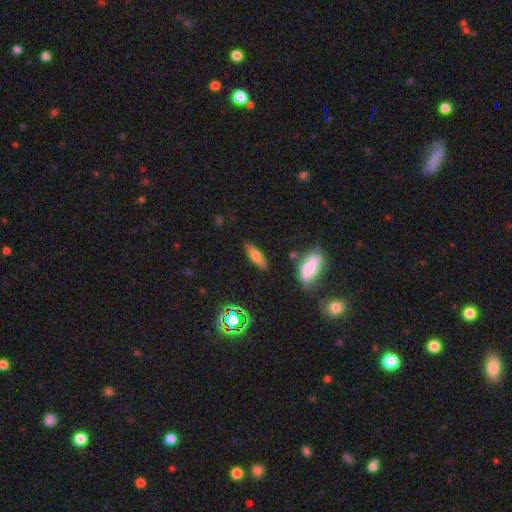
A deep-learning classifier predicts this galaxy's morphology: Smooth or featured: smooth — 54% (featured or disk — 35%)
How rounded: in between — 51% (cigar-shaped — 45%)
Merging: none — 82% (minor disturbance — 12%)